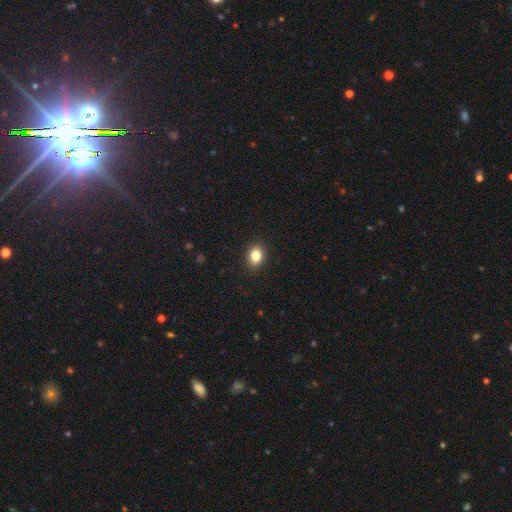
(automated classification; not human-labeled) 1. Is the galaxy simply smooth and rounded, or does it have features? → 84% smooth, 10% star or artifact, 6% featured or disk.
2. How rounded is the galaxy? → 60% in between, 39% round, 1% cigar-shaped.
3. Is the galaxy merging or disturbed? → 90% none, 7% minor disturbance, 2% major disturbance, 1% merger.